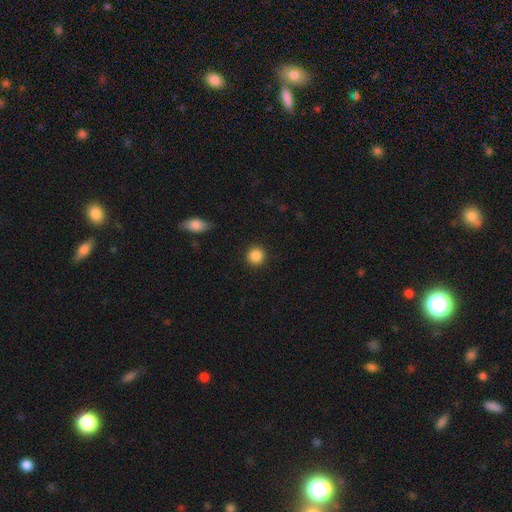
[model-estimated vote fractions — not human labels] Q: Smooth or featured?
A: smooth (87%); runner-up: star or artifact (9%)
Q: How rounded?
A: round (94%); runner-up: in between (5%)
Q: Merging?
A: none (91%); runner-up: minor disturbance (5%)